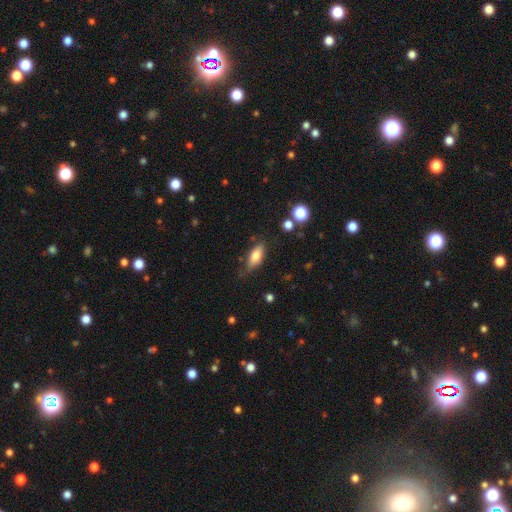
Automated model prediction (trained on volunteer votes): Smooth or featured: smooth — 73% (featured or disk — 19%)
How rounded: in between — 77% (cigar-shaped — 20%)
Merging: none — 67% (minor disturbance — 24%)